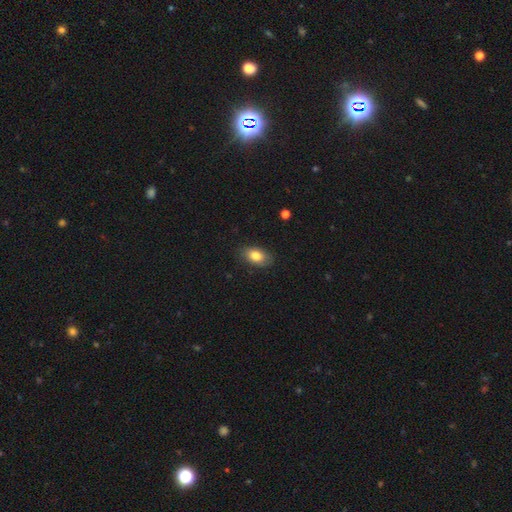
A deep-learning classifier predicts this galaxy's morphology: A smooth galaxy with no disk features (83%) that is in between round and cigar-shaped (90%).

Vote fractions:
- Smooth or featured? smooth: 83% / featured or disk: 10% / star or artifact: 7%
- How rounded? in between: 90% / round: 7% / cigar-shaped: 2%
- Merging? none: 84% / minor disturbance: 12% / major disturbance: 3% / merger: 1%